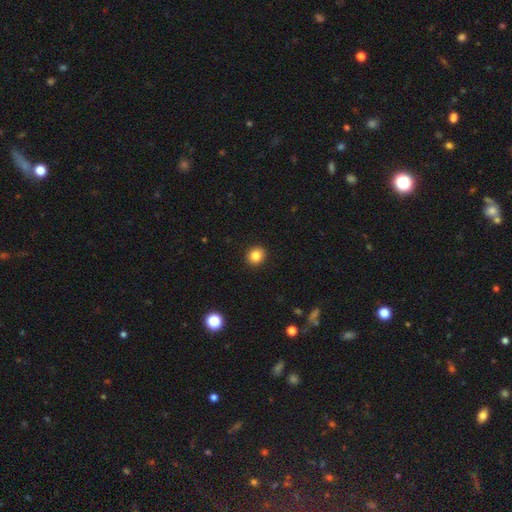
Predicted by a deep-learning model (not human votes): Overall: smooth (84%). How rounded: round (82%). Merging: none (92%).